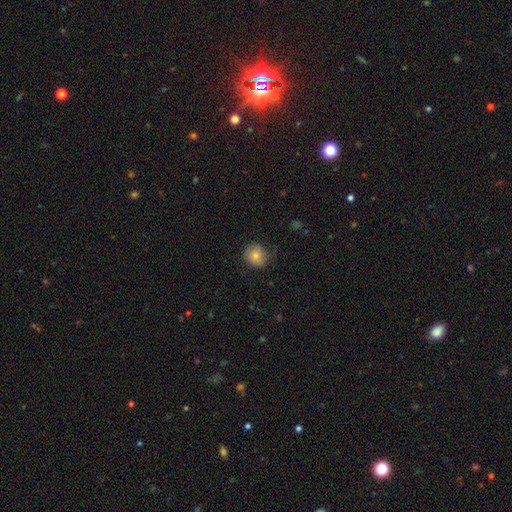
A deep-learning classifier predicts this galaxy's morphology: A smooth galaxy with no disk features (76%) that is round (81%).

Vote fractions:
- Smooth or featured? smooth: 76% / featured or disk: 16% / star or artifact: 9%
- How rounded? round: 81% / in between: 18% / cigar-shaped: 1%
- Merging? none: 69% / minor disturbance: 23% / major disturbance: 7% / merger: 1%